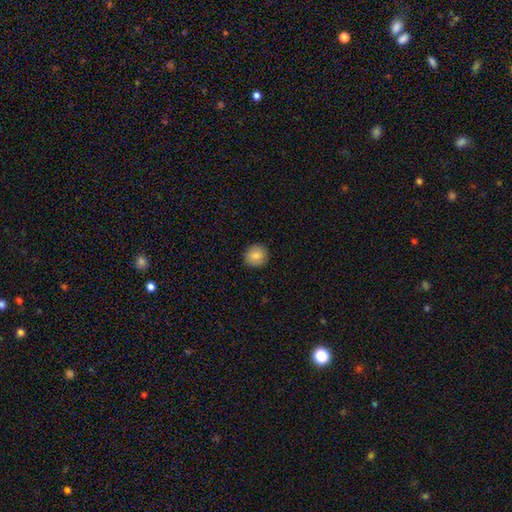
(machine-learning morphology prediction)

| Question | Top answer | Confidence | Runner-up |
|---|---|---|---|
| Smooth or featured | smooth | 85% | star or artifact (8%) |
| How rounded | round | 93% | in between (6%) |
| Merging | none | 92% | minor disturbance (6%) |